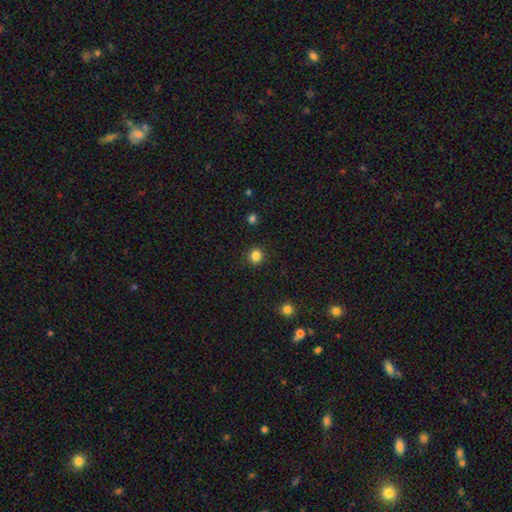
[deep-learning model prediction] This appears to be a smooth galaxy with no disk features (84%) that is round (87%). Merging: none (91%).